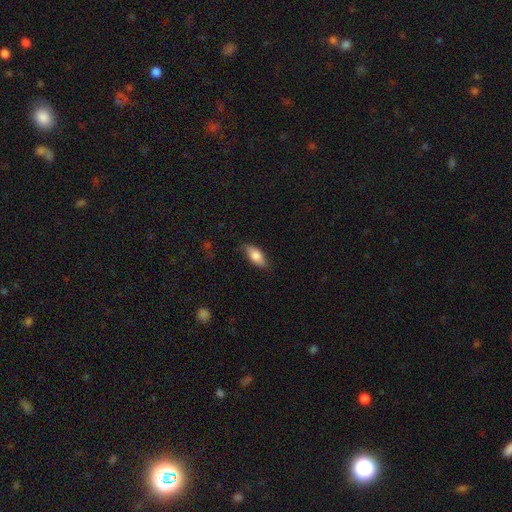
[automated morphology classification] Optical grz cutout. It shows a smooth galaxy with no disk features (77%) that is in between round and cigar-shaped (83%). Merging: none (77%).